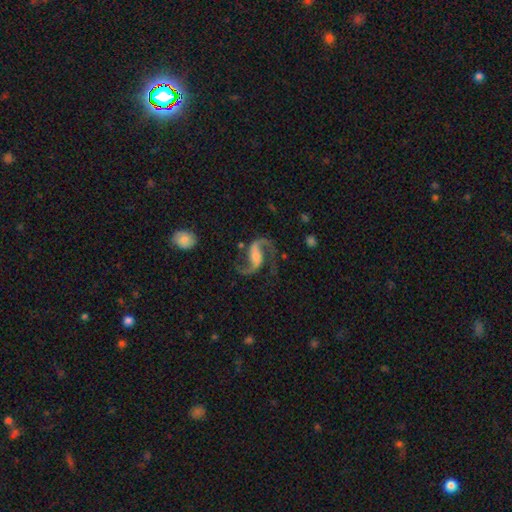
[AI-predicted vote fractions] Q: Smooth or featured?
A: featured or disk (92%); runner-up: star or artifact (4%)
Q: Edge-on disk?
A: no (98%); runner-up: yes (2%)
Q: Bar?
A: weak (39%); runner-up: strong (37%)
Q: Spiral arms?
A: yes (98%); runner-up: no (2%)
Q: Spiral winding?
A: loose (54%); runner-up: medium (40%)
Q: Spiral arm count?
A: 2 (94%); runner-up: 1 (2%)
Q: Bulge size?
A: small (33%); tied with: moderate (33%)
Q: Merging?
A: none (74%); runner-up: minor disturbance (13%)